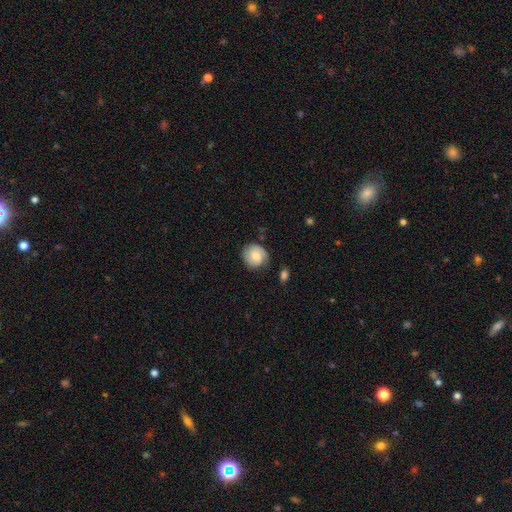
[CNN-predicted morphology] smooth_or_featured: smooth (p=0.61) [alt: featured or disk p=0.31]
how_rounded: round (p=0.79) [alt: in between p=0.20]
merging: none (p=0.71) [alt: minor disturbance p=0.21]